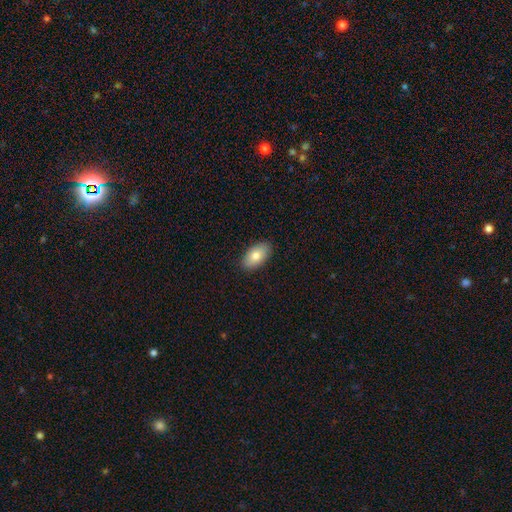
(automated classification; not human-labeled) smooth 79%, featured or disk 14%, star or artifact 7%. Down the decision tree: how rounded — in between (94%); merging — none (89%).